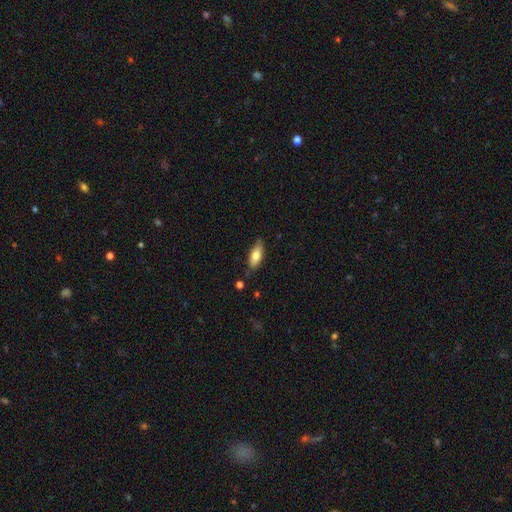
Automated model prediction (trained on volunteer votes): A smooth galaxy with no disk features (75%) that is in between round and cigar-shaped (75%). Merging: none (77%).